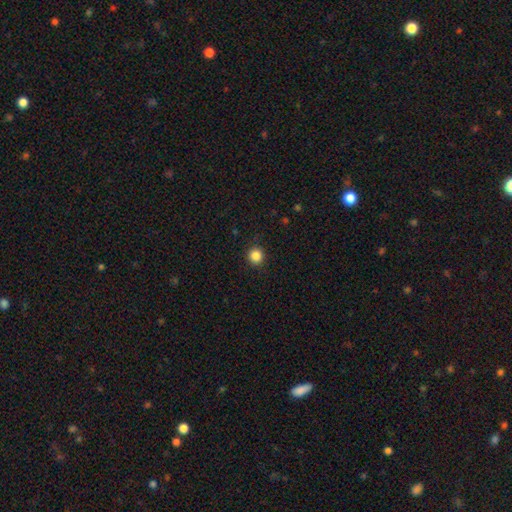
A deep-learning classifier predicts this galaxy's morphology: A smooth galaxy with no disk features (85%) that is round (94%). Merging: none (92%).